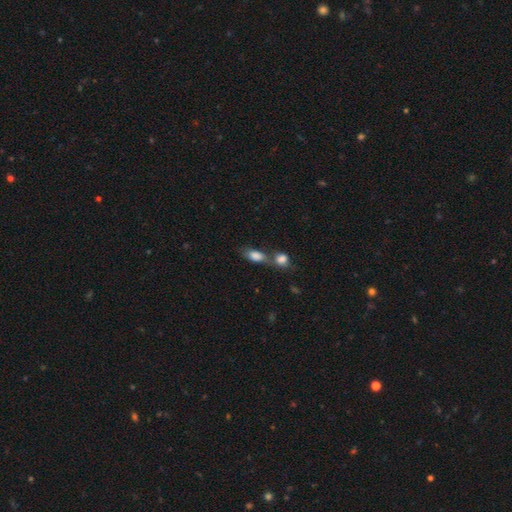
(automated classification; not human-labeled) Smooth or featured? smooth (80%)
How rounded? in between (81%)
Merging? merger (60%)